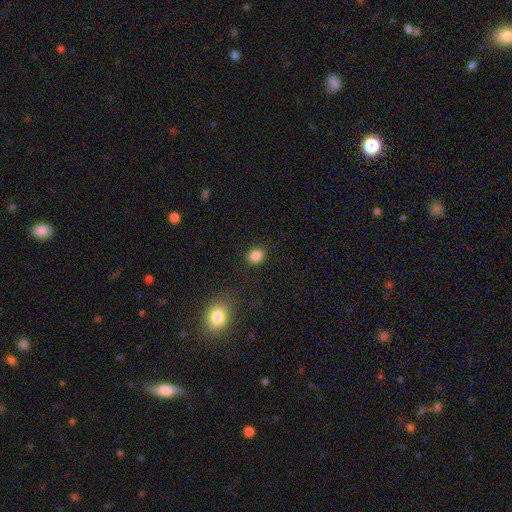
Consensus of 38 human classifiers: This is clearly a smooth galaxy (92%). How rounded: clearly round (83%). Merging: clearly none (92%).